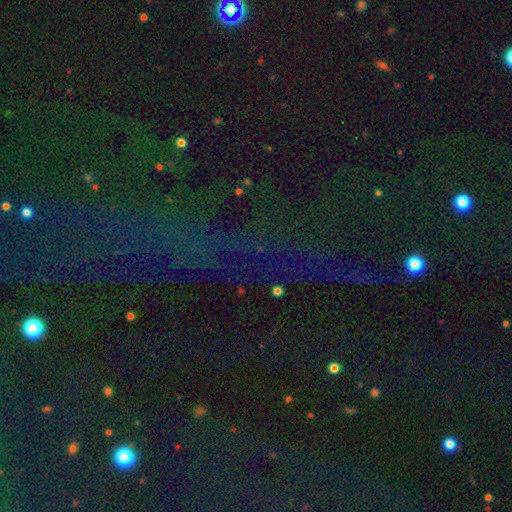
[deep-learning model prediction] smooth_or_featured: star or artifact (p=0.78) [alt: smooth p=0.12]